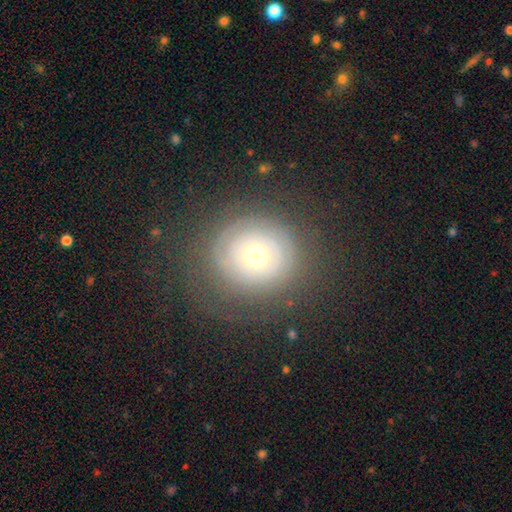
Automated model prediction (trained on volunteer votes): smooth_or_featured: featured or disk (p=0.54) [alt: smooth p=0.35]
disk_edge_on: no (p=0.96) [alt: yes p=0.04]
bar: no (p=0.90) [alt: weak p=0.08]
has_spiral_arms: yes (p=0.52) [alt: no p=0.48]
bulge_size: moderate (p=0.64) [alt: small p=0.26]
merging: none (p=0.77) [alt: minor disturbance p=0.13]